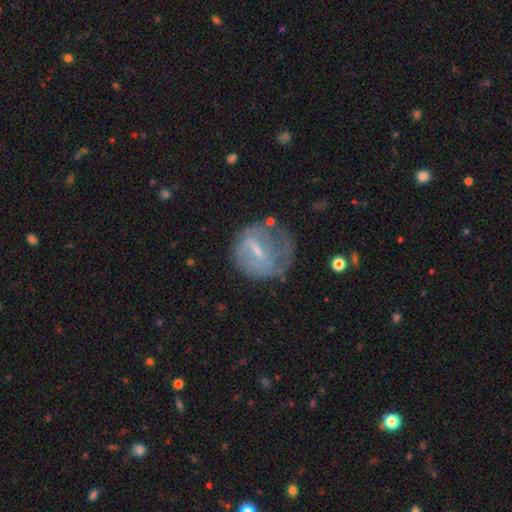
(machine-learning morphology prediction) Smooth or featured? featured or disk (53%)
Edge-on disk? no (93%)
Merging? none (60%)